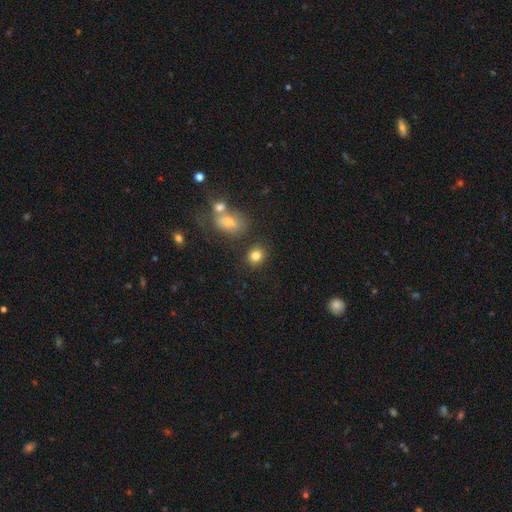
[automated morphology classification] Smooth or featured? smooth (81%)
How rounded? round (68%)
Merging? none (79%)